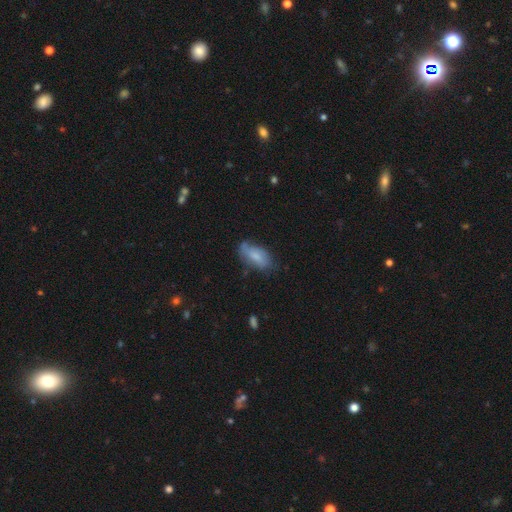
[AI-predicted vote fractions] Overall: smooth (70%). How rounded: in between (89%). Merging: none (58%; minor disturbance 31%).